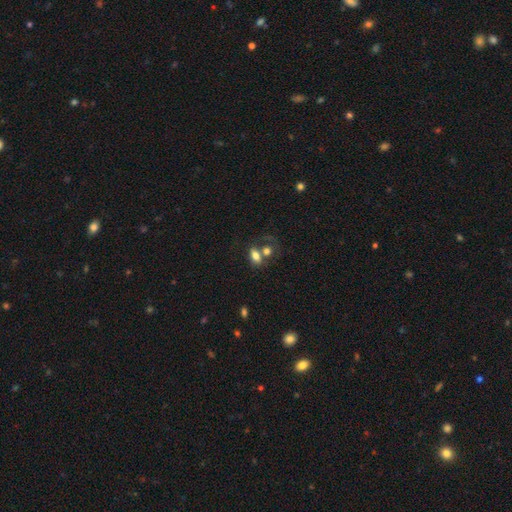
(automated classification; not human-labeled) This is likely a smooth galaxy (73%). How rounded: clearly in between (81%). Merging: possibly merger (51%).